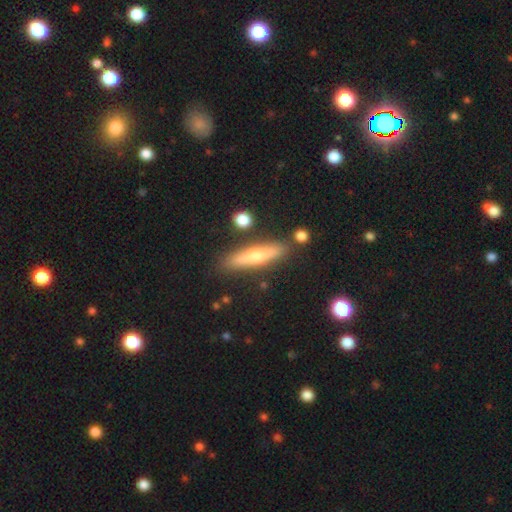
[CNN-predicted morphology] A featured or disk galaxy (47%).

Vote fractions:
- Smooth or featured? featured or disk: 47% / smooth: 46% / star or artifact: 7%
- Merging? none: 85% / minor disturbance: 9% / merger: 4% / major disturbance: 2%